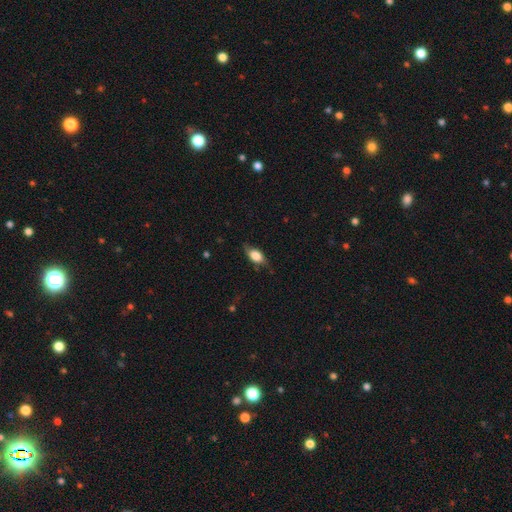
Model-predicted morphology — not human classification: type=smooth (72%); roundness=in between (84%); merging=none (68%).